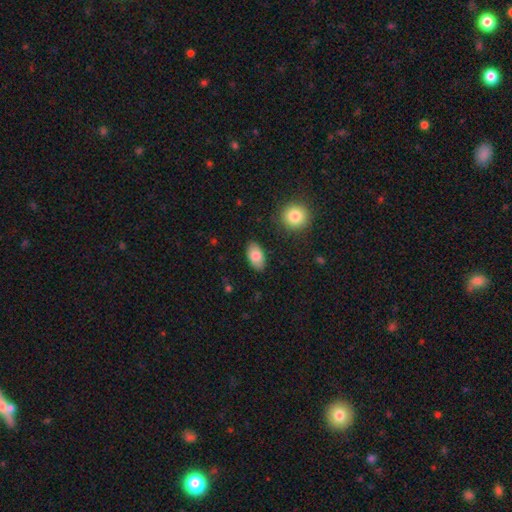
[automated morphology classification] This is clearly a smooth galaxy (83%). How rounded: clearly in between (93%). Merging: clearly none (86%).